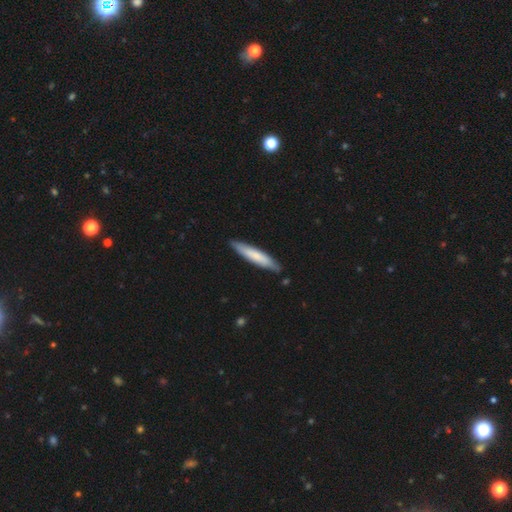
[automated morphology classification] A smooth galaxy with no disk features (70%) that is cigar-shaped (91%). Merging: none (87%).